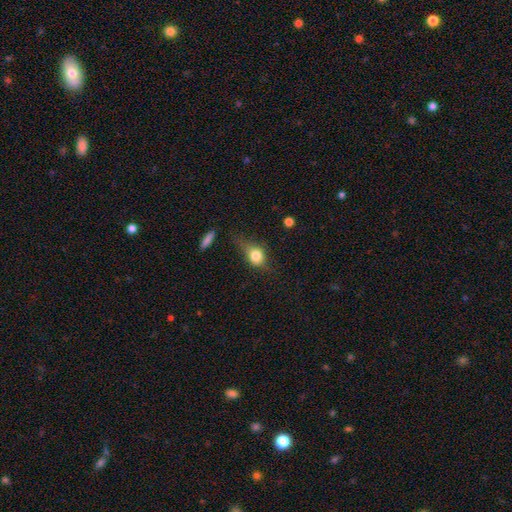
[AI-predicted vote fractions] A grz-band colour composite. It shows a smooth galaxy with no disk features (75%) that is round (49%). Merging: none (47%).